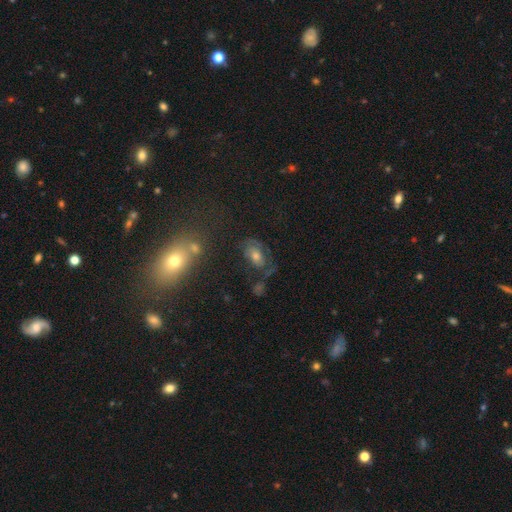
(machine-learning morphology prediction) Overall: smooth (47%; featured or disk 36%). Merging: none (52%; minor disturbance 22%).